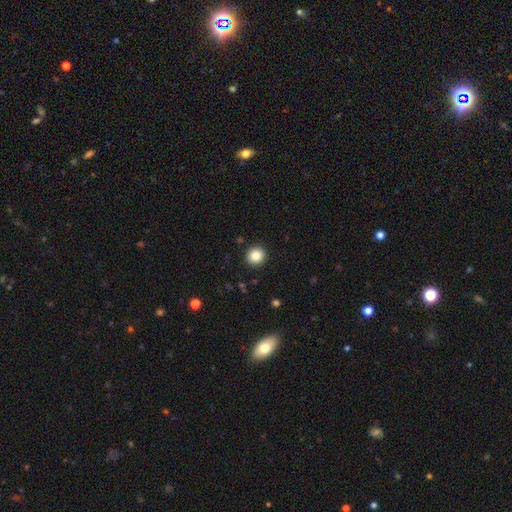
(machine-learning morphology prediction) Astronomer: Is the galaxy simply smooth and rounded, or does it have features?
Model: smooth — 84%.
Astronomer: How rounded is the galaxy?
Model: round — 92%.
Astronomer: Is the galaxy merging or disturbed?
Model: none — 92%.